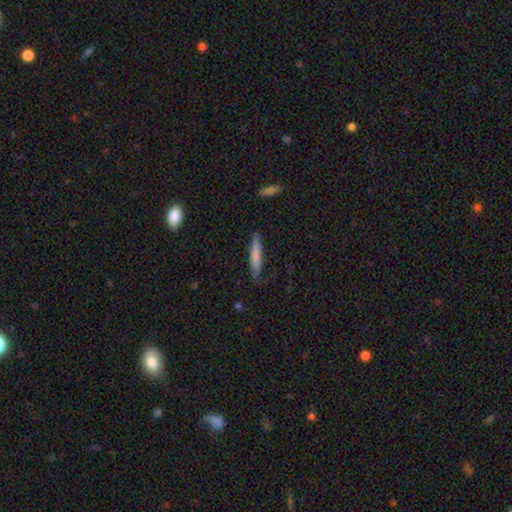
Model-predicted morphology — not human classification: This is likely a smooth galaxy (76%). How rounded: clearly cigar-shaped (90%). Merging: clearly none (81%).